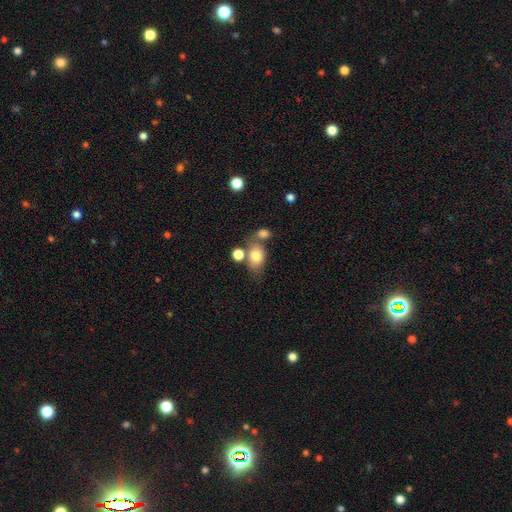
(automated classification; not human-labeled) Morphology: type=smooth (79%); roundness=in between (72%); merging=none (53%).